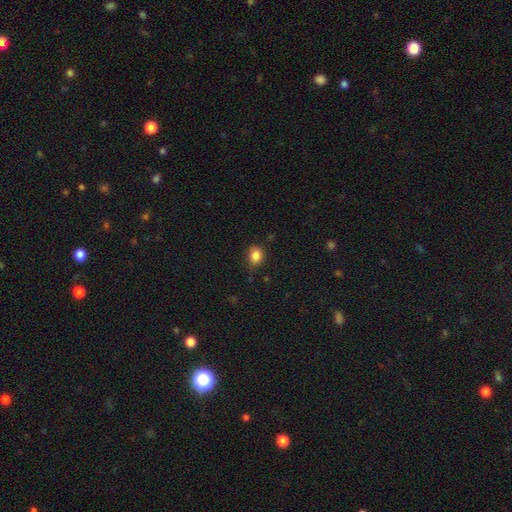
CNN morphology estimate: Q: Smooth or featured?
A: smooth (85%); runner-up: star or artifact (10%)
Q: How rounded?
A: in between (52%); runner-up: round (46%)
Q: Merging?
A: none (74%); runner-up: minor disturbance (21%)